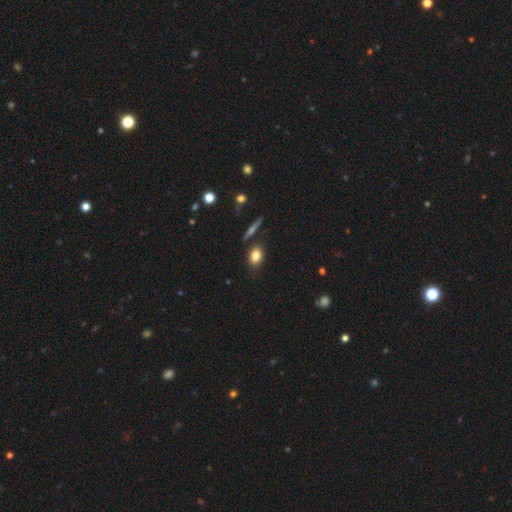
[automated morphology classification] smooth 80%, featured or disk 10%, star or artifact 9%. Down the decision tree: how rounded — in between (66%); merging — none (77%).